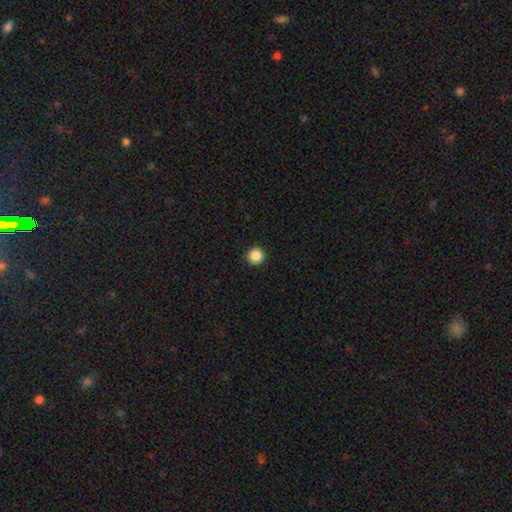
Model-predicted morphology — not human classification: This appears to be a smooth galaxy with no disk features (87%) that is round (96%). Merging: none (93%).